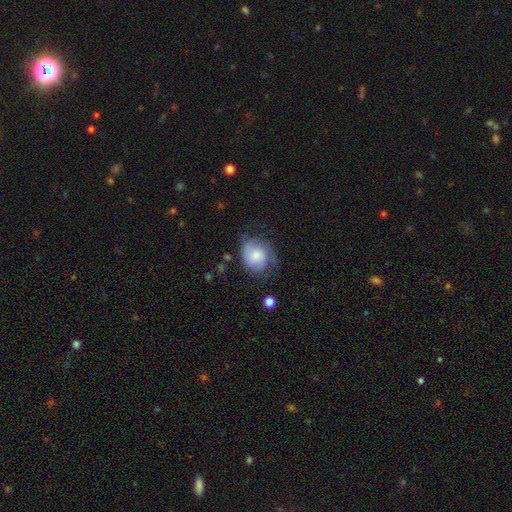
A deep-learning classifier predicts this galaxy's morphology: smooth-or-featured: smooth: 57% | featured or disk: 35% | star or artifact: 8%
  how-rounded: round: 64% | in between: 35% | cigar-shaped: 1%
  merging: none: 51% | minor disturbance: 31% | major disturbance: 16% | merger: 2%